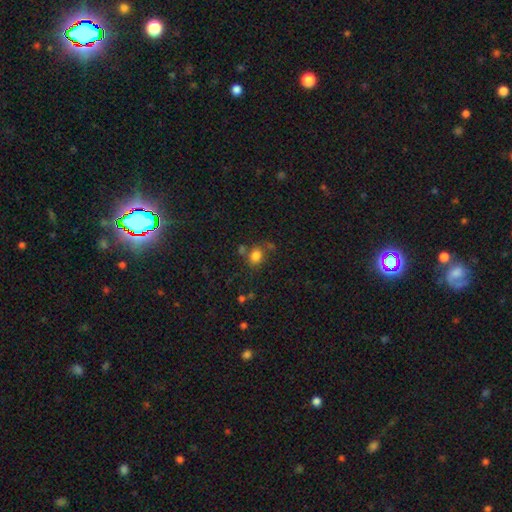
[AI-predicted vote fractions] Morphology: type=smooth (80%); roundness=round (55%); merging=none (63%).